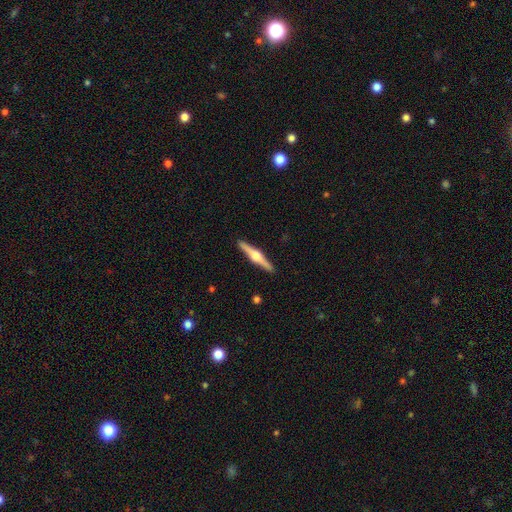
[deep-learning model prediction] featured or disk 78%, smooth 17%, star or artifact 5%. Down the decision tree: edge-on disk — yes (98%); edge-on bulge — rounded (93%); merging — none (92%).